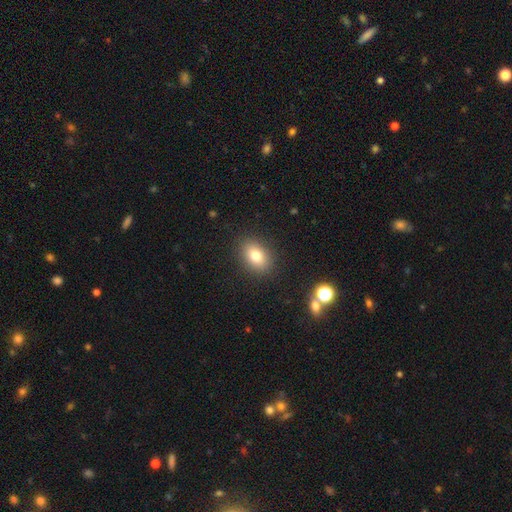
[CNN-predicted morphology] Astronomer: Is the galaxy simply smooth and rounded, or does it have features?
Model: smooth — 78%.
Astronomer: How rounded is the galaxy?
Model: in between — 75%.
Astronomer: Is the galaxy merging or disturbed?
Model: none — 88%.